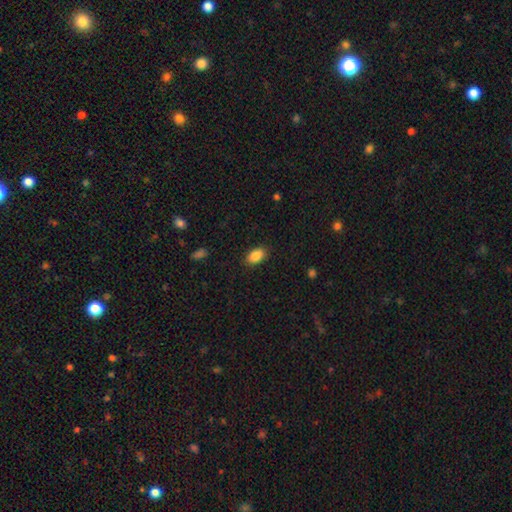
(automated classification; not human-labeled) This is clearly a smooth galaxy (88%). How rounded: clearly in between (89%). Merging: clearly none (87%).